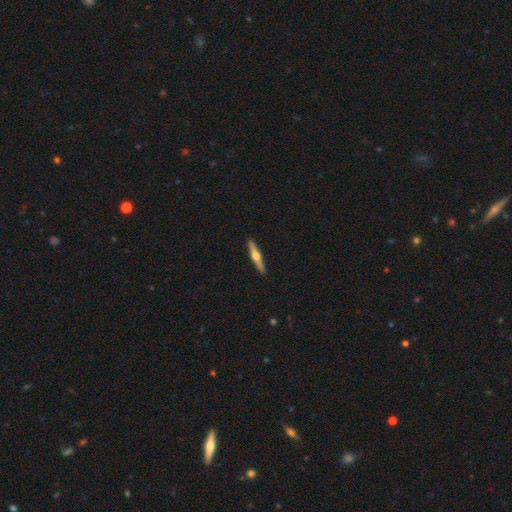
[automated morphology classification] Overall: featured or disk (70%). Edge-on disk: yes (98%). Edge-on bulge: rounded (94%). Merging: none (92%).